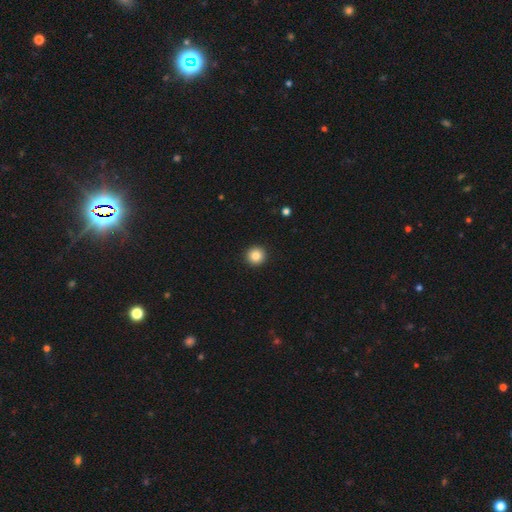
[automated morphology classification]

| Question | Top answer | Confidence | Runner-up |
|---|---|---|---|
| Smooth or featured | smooth | 85% | star or artifact (10%) |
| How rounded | round | 96% | in between (3%) |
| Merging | none | 93% | minor disturbance (4%) |